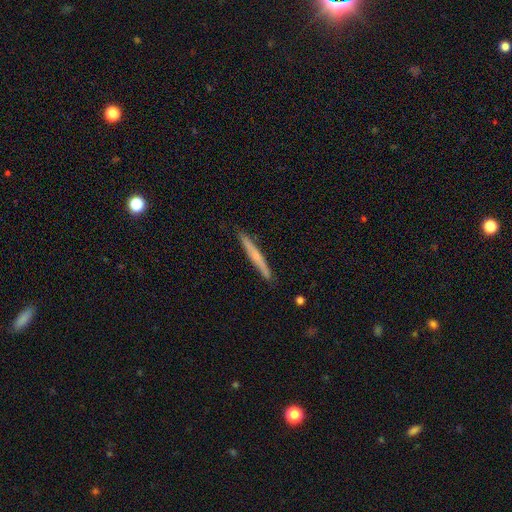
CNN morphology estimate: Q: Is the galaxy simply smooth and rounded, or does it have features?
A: featured or disk — 52%.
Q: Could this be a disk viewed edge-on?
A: yes — 96%.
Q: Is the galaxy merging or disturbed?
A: none — 90%.